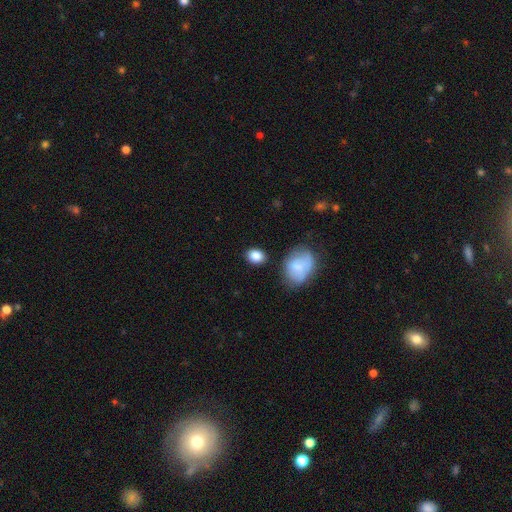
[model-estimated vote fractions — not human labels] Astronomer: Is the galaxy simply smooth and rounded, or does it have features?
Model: smooth — 86%.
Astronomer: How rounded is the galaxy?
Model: in between — 62%.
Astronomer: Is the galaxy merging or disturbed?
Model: none — 81%.